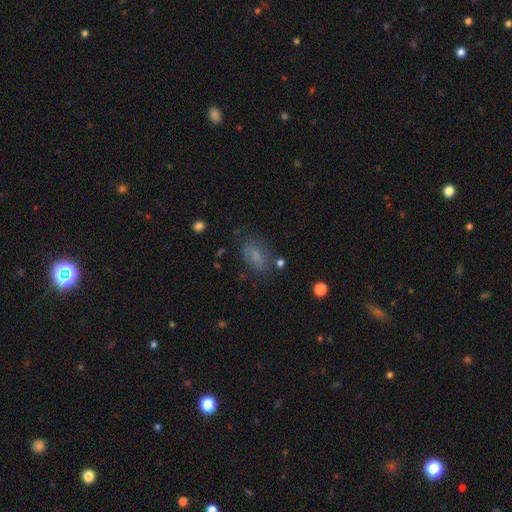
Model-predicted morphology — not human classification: Q: Smooth or featured?
A: smooth (67%); runner-up: featured or disk (19%)
Q: How rounded?
A: in between (83%); runner-up: round (14%)
Q: Merging?
A: none (67%); runner-up: minor disturbance (20%)